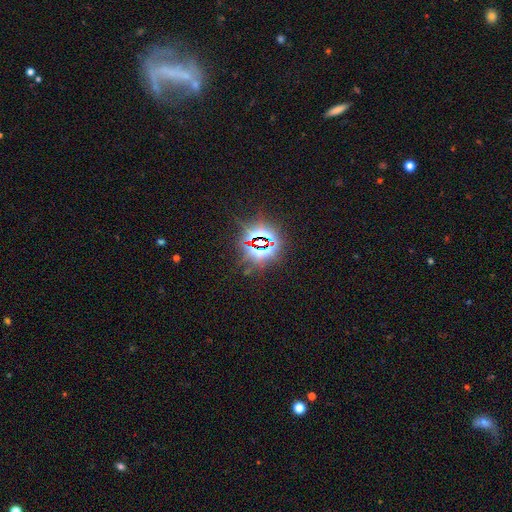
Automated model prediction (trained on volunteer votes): Q: Smooth or featured?
A: star or artifact (83%); runner-up: smooth (10%)